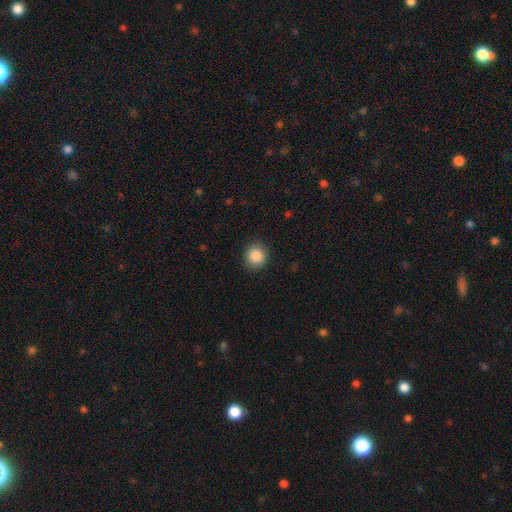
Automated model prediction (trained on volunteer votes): This appears to be a smooth galaxy with no disk features (87%) that is round (90%). Merging: none (89%).